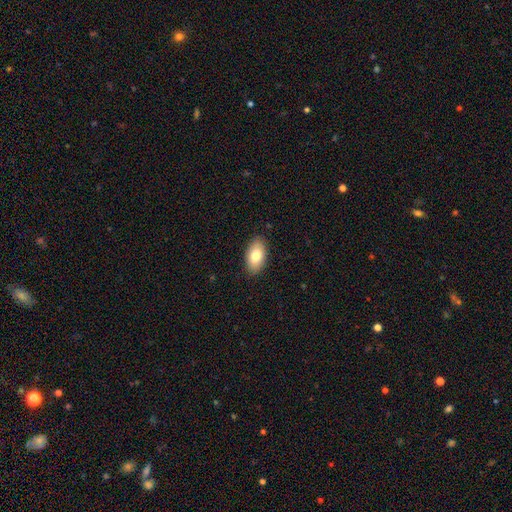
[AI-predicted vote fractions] This appears to be a smooth galaxy with no disk features (81%) that is in between round and cigar-shaped (94%). Merging: none (88%).